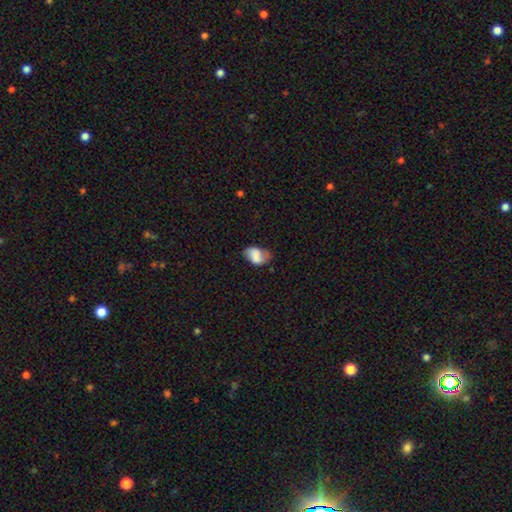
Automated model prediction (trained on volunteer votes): This appears to be a smooth galaxy with no disk features (63%) that is in between round and cigar-shaped (84%). Merging: none (48%).